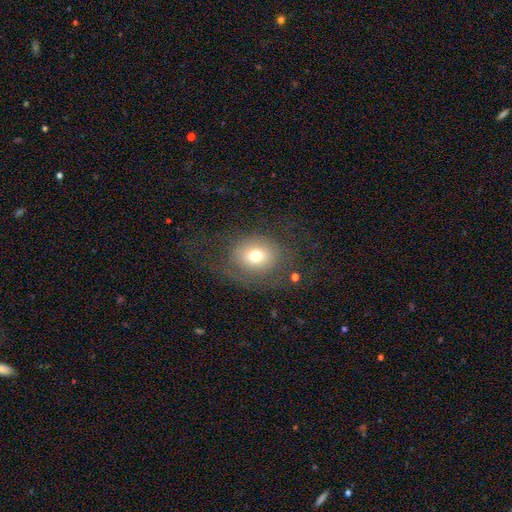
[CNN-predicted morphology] Smooth or featured: smooth — 68% (featured or disk — 19%)
How rounded: round — 68% (in between — 31%)
Merging: none — 59% (major disturbance — 22%)